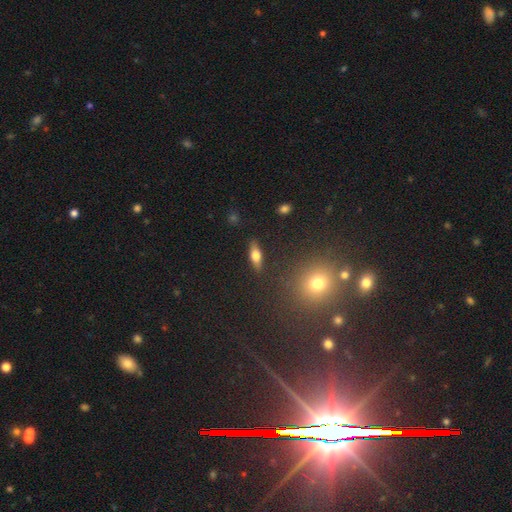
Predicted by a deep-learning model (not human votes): smooth 55%, featured or disk 37%, star or artifact 8%. Down the decision tree: how rounded — in between (59%); merging — none (87%).